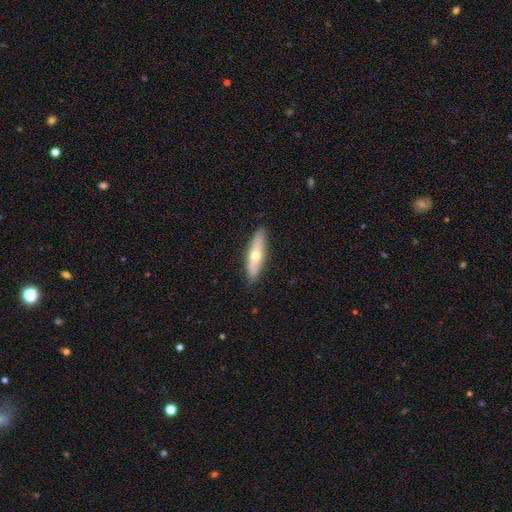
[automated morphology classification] Q: Smooth or featured?
A: smooth (52%); runner-up: featured or disk (42%)
Q: How rounded?
A: cigar-shaped (60%); runner-up: in between (37%)
Q: Merging?
A: none (85%); runner-up: minor disturbance (11%)